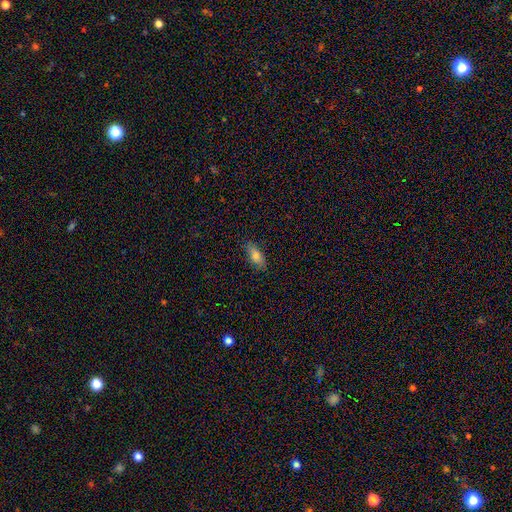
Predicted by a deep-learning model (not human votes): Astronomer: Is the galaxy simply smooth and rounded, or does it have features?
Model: smooth — 79%.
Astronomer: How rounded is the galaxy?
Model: in between — 77%.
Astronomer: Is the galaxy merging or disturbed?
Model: none — 82%.